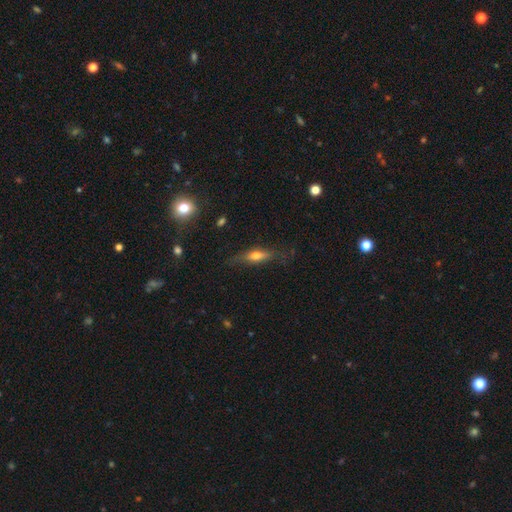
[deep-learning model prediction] Overall: smooth (51%; featured or disk 41%). How rounded: cigar-shaped (59%; in between 37%). Merging: none (73%).